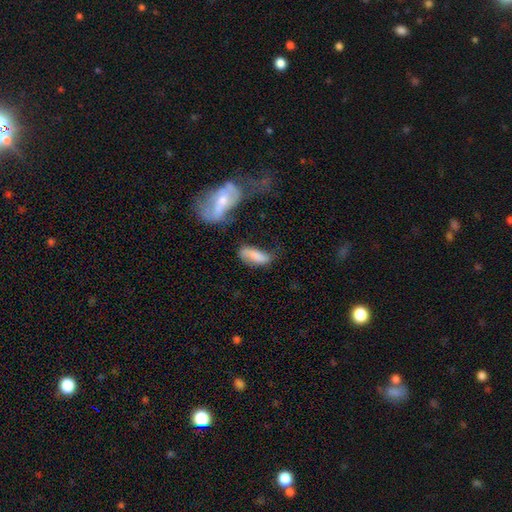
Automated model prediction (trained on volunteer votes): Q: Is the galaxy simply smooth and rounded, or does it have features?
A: smooth — 77%.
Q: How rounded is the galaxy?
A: in between — 75%.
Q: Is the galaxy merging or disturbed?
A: none — 42%.